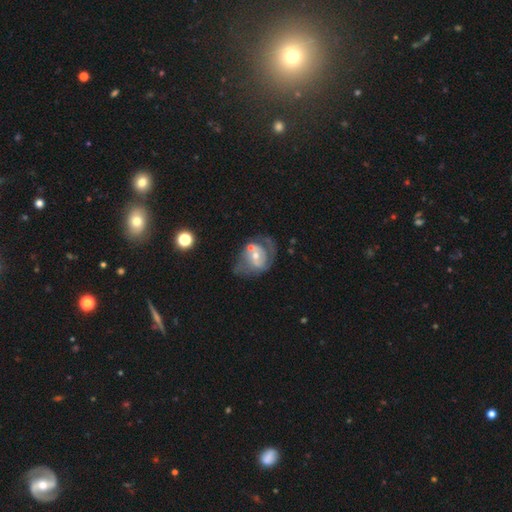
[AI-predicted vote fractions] Smooth or featured: featured or disk — 77% (smooth — 17%)
Edge-on disk: no — 97% (yes — 3%)
Bar: no — 54% (weak — 36%)
Spiral arms: yes — 80% (no — 20%)
Spiral winding: medium — 42% (tight — 37%)
Spiral arm count: 2 — 60% (can't tell — 18%)
Bulge size: moderate — 55% (small — 38%)
Merging: none — 36% (major disturbance — 25%)